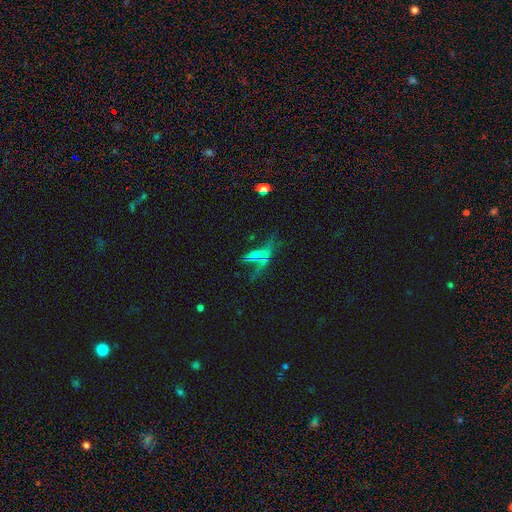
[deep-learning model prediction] featured or disk 44%, smooth 37%, star or artifact 19%. Down the decision tree: merging — major disturbance (34%).